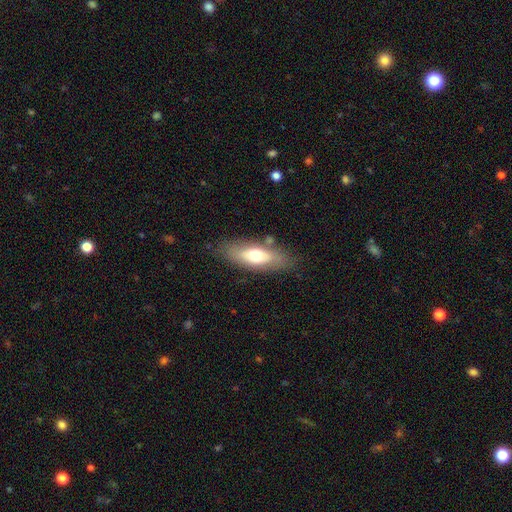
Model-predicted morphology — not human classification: smooth-or-featured: smooth: 61% | featured or disk: 33% | star or artifact: 7%
  how-rounded: in between: 68% | cigar-shaped: 29% | round: 3%
  merging: none: 79% | minor disturbance: 14% | major disturbance: 4% | merger: 4%